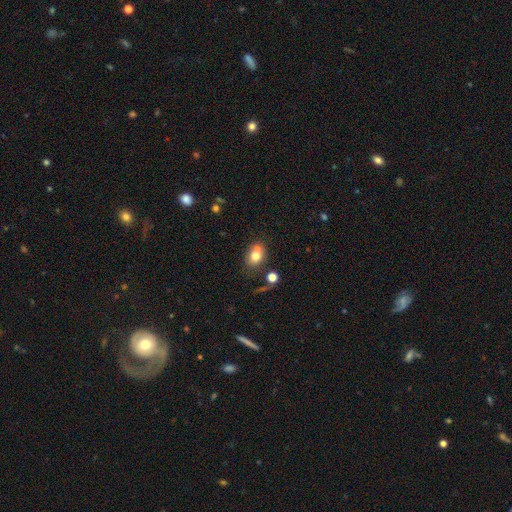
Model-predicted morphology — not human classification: Smooth or featured? Predicted: smooth (p=0.75). How rounded? Predicted: in between (p=0.65). Merging? Predicted: none (p=0.52).